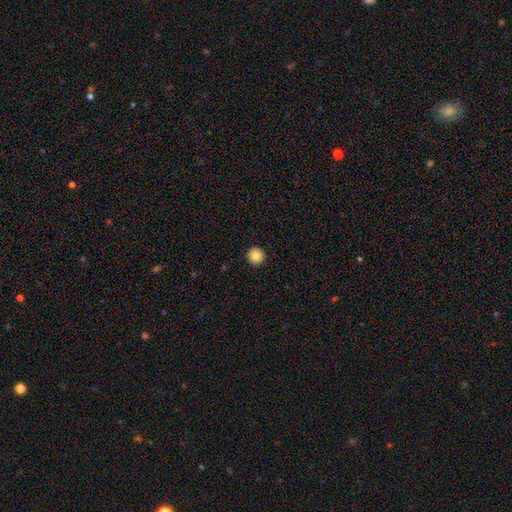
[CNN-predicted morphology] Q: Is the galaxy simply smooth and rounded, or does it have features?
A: smooth — 86%.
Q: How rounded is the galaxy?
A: round — 96%.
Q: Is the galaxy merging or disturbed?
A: none — 94%.